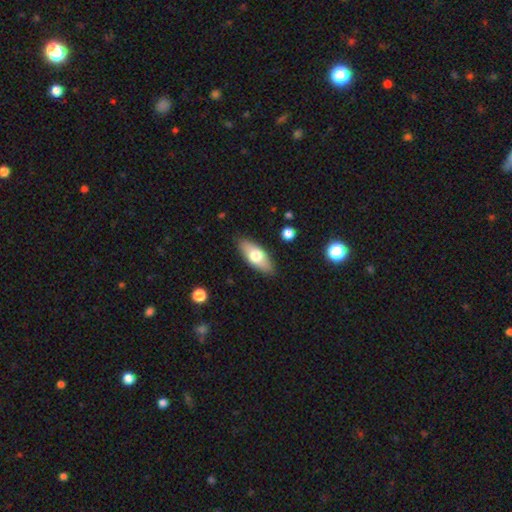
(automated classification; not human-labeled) smooth 67%, featured or disk 27%, star or artifact 6%. Down the decision tree: how rounded — in between (81%); merging — none (87%).